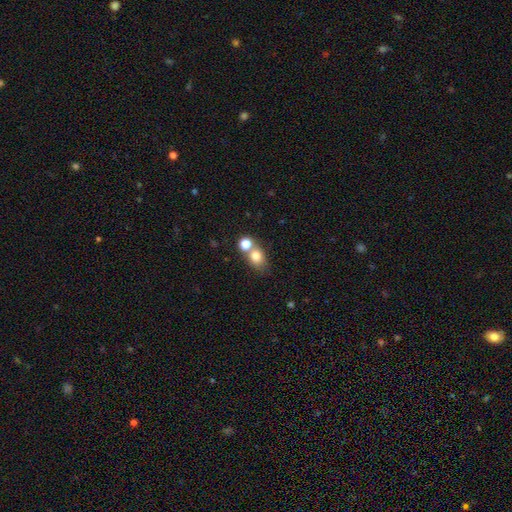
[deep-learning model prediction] Smooth or featured?
  - smooth: 77% *
  - featured or disk: 12%
  - star or artifact: 11%
How rounded?
  - round: 51% *
  - in between: 47%
  - cigar-shaped: 2%
Merging?
  - none: 45% *
  - merger: 41%
  - minor disturbance: 9%
  - major disturbance: 4%